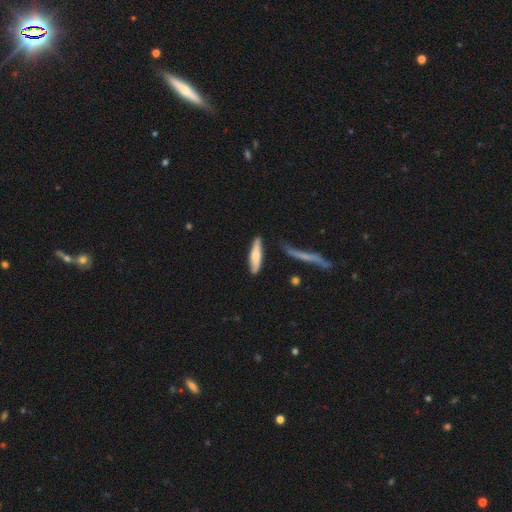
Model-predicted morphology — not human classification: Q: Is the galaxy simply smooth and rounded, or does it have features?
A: smooth — 59%.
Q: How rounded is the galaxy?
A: cigar-shaped — 70%.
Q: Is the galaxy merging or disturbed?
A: none — 75%.